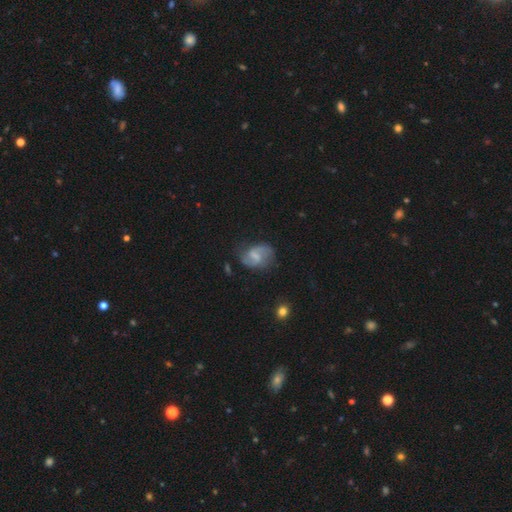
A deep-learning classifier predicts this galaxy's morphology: Overall: featured or disk (74%). Edge-on disk: no (98%). Bar: weak (59%; no 23%). Spiral arms: yes (93%). Spiral arm count: 2 (87%). Spiral winding: medium (47%; loose 39%). Bulge size: small (36%; none 35%). Merging: none (68%).